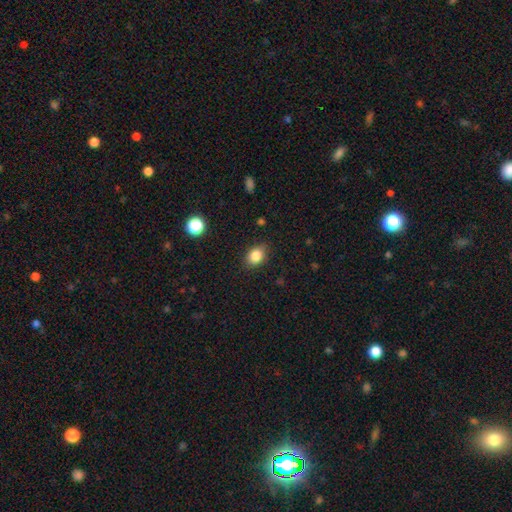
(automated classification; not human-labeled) A smooth galaxy with no disk features (84%) that is in between round and cigar-shaped (61%). Merging: none (85%).